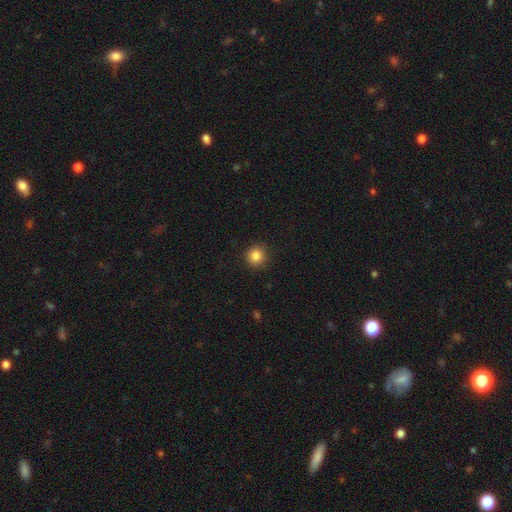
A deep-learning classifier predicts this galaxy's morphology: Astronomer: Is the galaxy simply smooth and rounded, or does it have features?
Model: smooth — 85%.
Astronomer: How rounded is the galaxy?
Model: round — 94%.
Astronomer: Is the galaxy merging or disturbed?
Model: none — 91%.